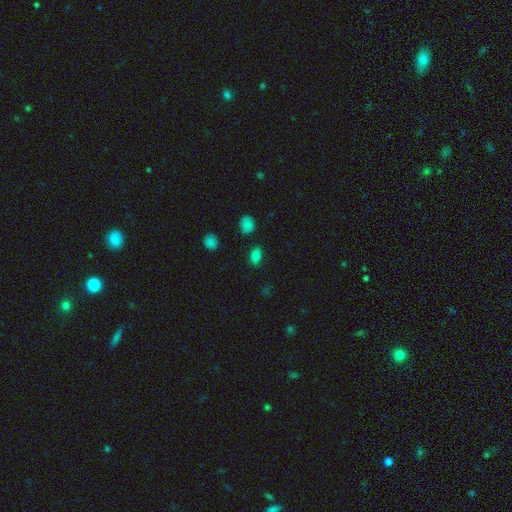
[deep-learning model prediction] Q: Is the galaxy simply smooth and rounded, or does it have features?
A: smooth — 79%.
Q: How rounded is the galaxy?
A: in between — 85%.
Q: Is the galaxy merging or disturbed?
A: none — 84%.